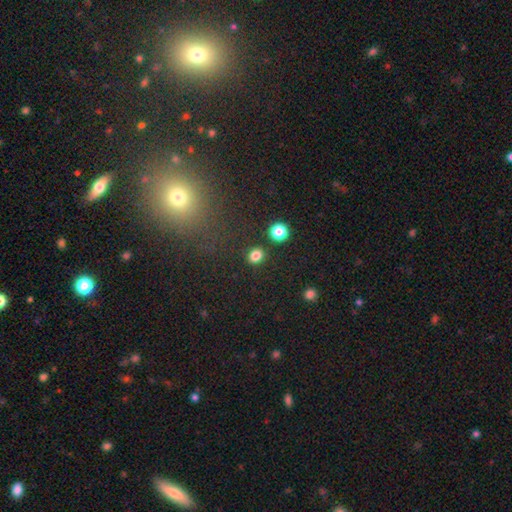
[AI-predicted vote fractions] smooth_or_featured: smooth (p=0.82) [alt: star or artifact p=0.13]
how_rounded: round (p=0.69) [alt: in between p=0.30]
merging: none (p=0.86) [alt: minor disturbance p=0.07]